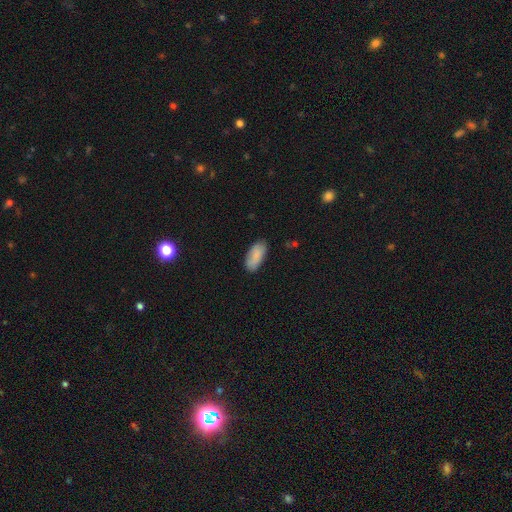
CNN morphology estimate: Smooth or featured?
  - smooth: 86% *
  - featured or disk: 7%
  - star or artifact: 6%
How rounded?
  - in between: 87% *
  - cigar-shaped: 11%
  - round: 2%
Merging?
  - none: 81% *
  - minor disturbance: 15%
  - major disturbance: 3%
  - merger: 1%